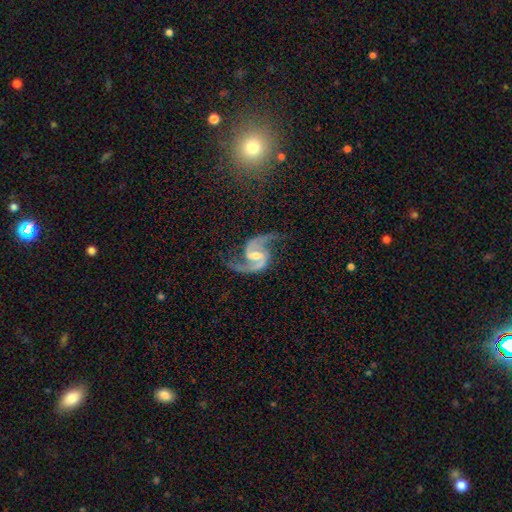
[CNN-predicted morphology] This is clearly a featured or disk galaxy (94%). It is clearly not viewed edge-on (98%). Bar: possibly weak (54%). Spiral arm pattern: clearly yes (98%). Spiral arm count: clearly 2 (94%). Spiral winding: possibly medium (53%). Central bulge: possibly moderate (56%). Merging: likely none (75%).